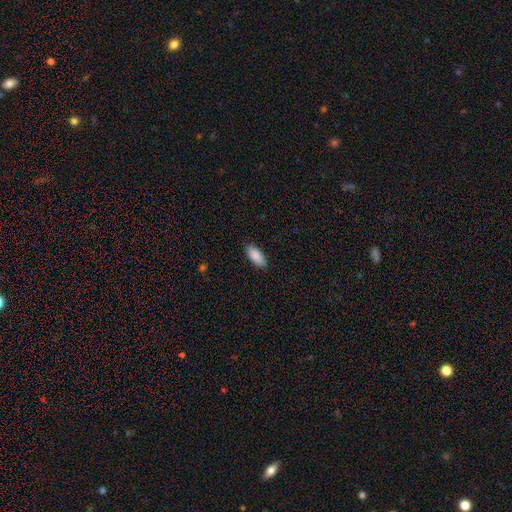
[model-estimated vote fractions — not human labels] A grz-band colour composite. It shows a smooth galaxy with no disk features (89%) that is in between round and cigar-shaped (87%). Merging: none (88%).